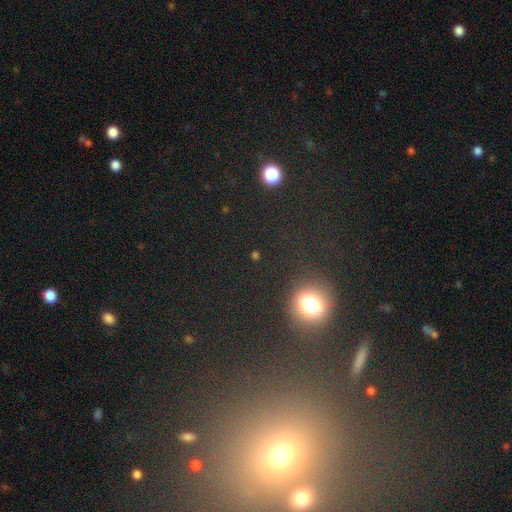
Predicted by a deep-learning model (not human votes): Morphology: type=smooth (55%); roundness=round (80%); merging=none (83%).